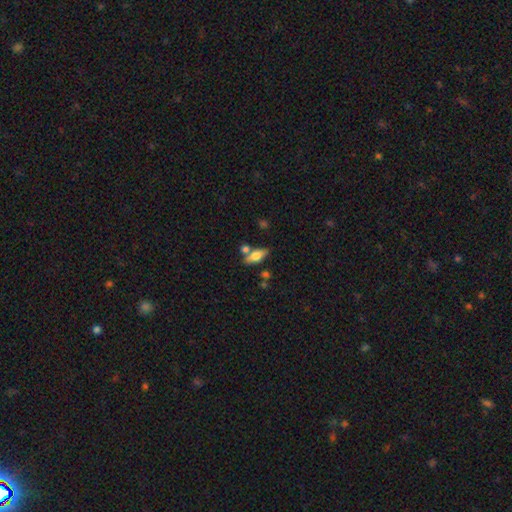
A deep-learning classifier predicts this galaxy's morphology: Q: Smooth or featured?
A: smooth (66%); runner-up: featured or disk (27%)
Q: How rounded?
A: in between (70%); runner-up: cigar-shaped (26%)
Q: Merging?
A: none (66%); runner-up: merger (17%)